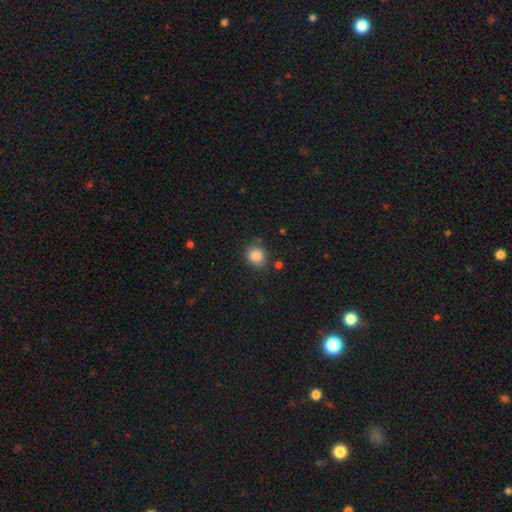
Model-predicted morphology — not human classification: type=smooth (86%); roundness=round (79%); merging=none (82%).